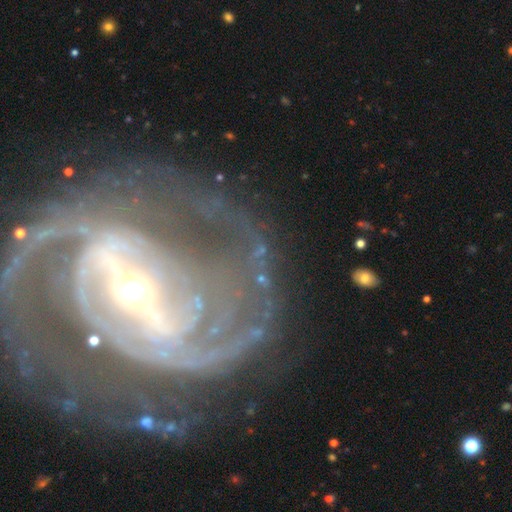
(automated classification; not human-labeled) Morphology: type=featured or disk (88%); edge-on=no (95%); bar=strong (64%); spiral arms=yes (89%); winding=tight (45%); arm count=2 (41%); bulge=small (60%); merging=none (51%).